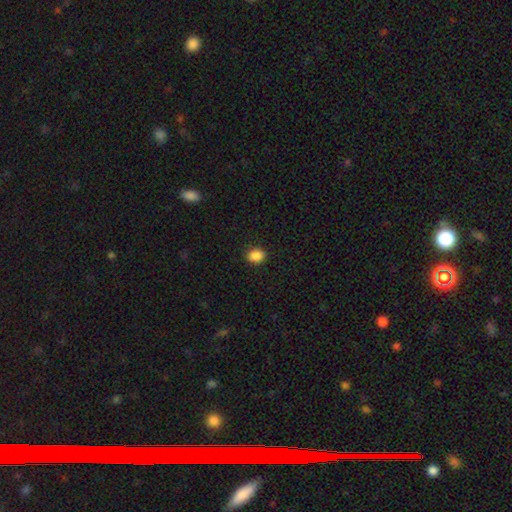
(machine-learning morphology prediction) A smooth galaxy with no disk features (88%) that is round (50%).

Vote fractions:
- Smooth or featured? smooth: 88% / star or artifact: 9% / featured or disk: 3%
- How rounded? round: 50% / in between: 49% / cigar-shaped: 1%
- Merging? none: 89% / minor disturbance: 8% / major disturbance: 2% / merger: 1%